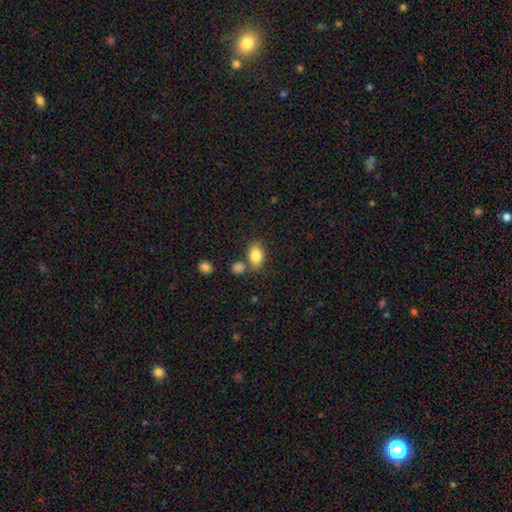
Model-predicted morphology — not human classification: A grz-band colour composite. It shows a smooth galaxy with no disk features (83%) that is in between round and cigar-shaped (80%). Merging: none (68%).